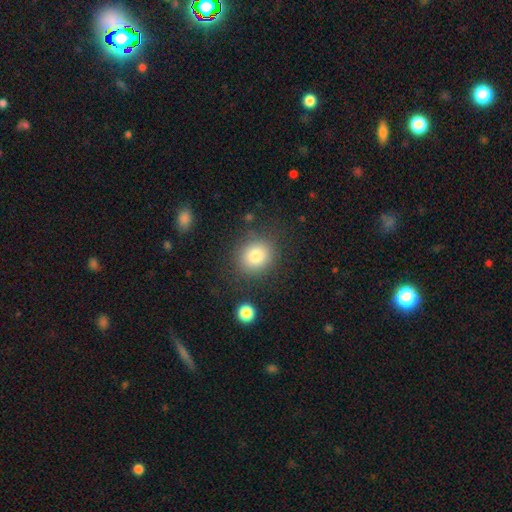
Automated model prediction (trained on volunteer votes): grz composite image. It shows a smooth galaxy with no disk features (82%) that is round (78%). Merging: none (81%).